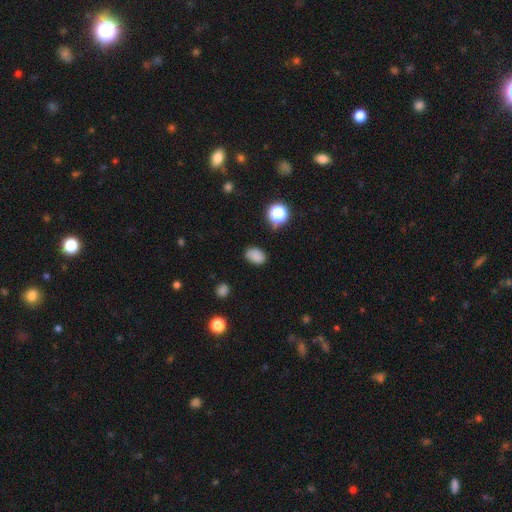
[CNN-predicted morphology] smooth_or_featured: smooth (p=0.83) [alt: star or artifact p=0.12]
how_rounded: in between (p=0.78) [alt: round p=0.21]
merging: none (p=0.79) [alt: minor disturbance p=0.15]